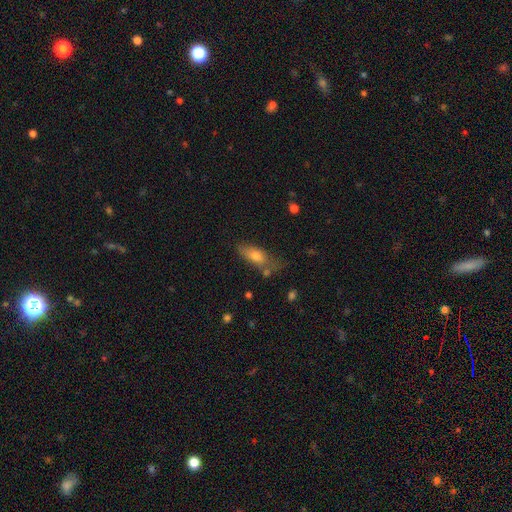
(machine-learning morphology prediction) type=smooth (71%); roundness=in between (71%); merging=none (55%).